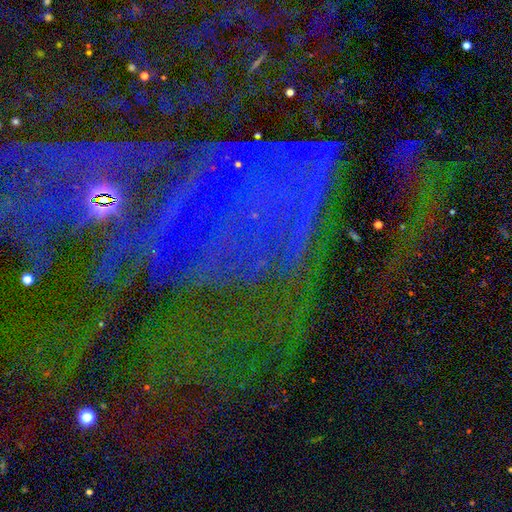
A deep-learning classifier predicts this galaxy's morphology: Smooth or featured: star or artifact — 76% (featured or disk — 15%)